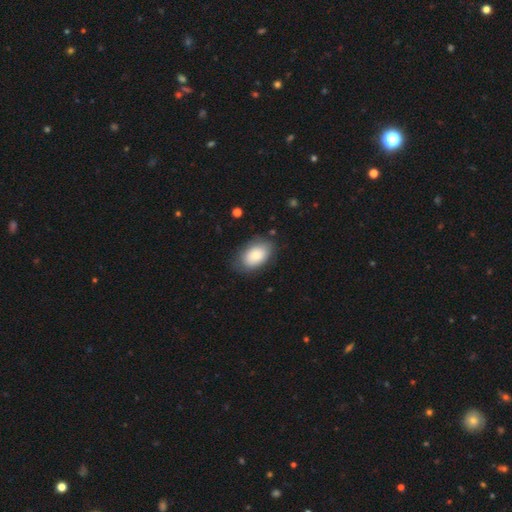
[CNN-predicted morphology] This is likely a smooth galaxy (79%). How rounded: clearly in between (89%). Merging: likely none (76%).